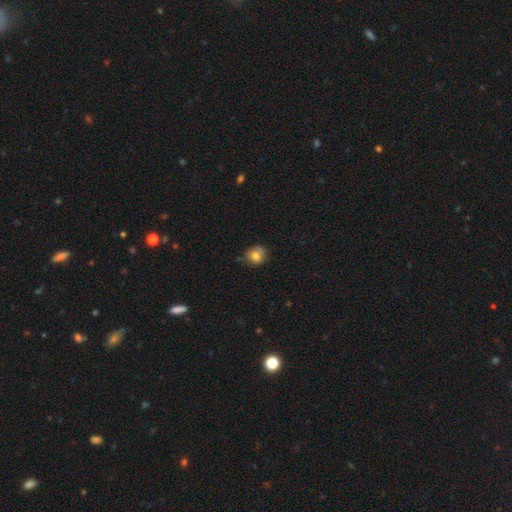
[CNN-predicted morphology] This appears to be a smooth galaxy with no disk features (79%) that is round (82%). Merging: none (70%).